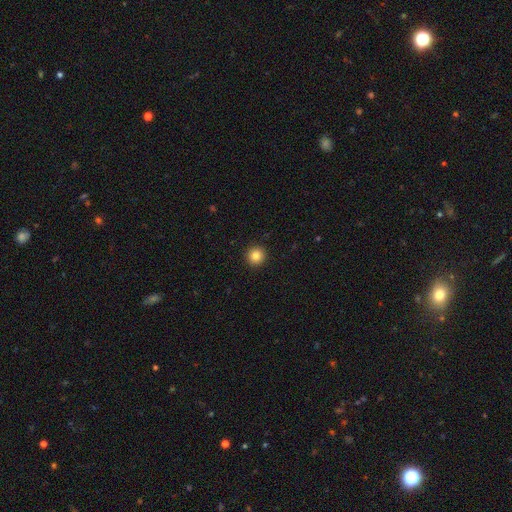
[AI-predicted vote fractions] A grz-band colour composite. It shows a smooth galaxy with no disk features (85%) that is round (95%). Merging: none (93%).